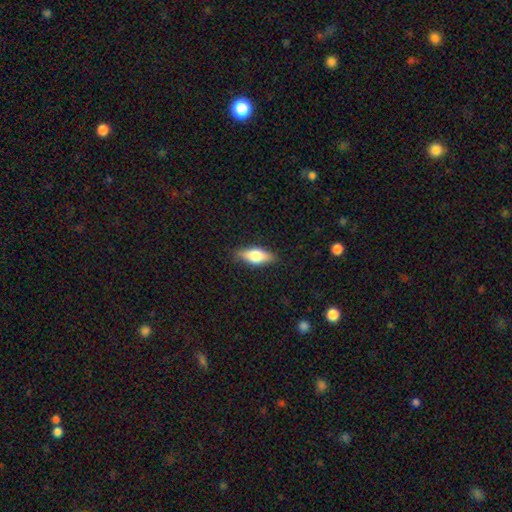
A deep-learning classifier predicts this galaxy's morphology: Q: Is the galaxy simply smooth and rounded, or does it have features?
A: smooth — 64%.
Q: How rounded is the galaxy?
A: in between — 75%.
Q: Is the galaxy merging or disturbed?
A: none — 86%.